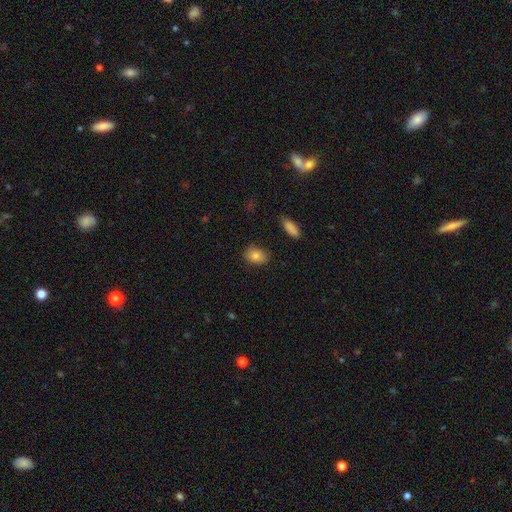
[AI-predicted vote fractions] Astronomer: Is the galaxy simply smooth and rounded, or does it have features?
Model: smooth — 82%.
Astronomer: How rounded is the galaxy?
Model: in between — 73%.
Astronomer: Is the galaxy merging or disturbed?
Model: none — 80%.